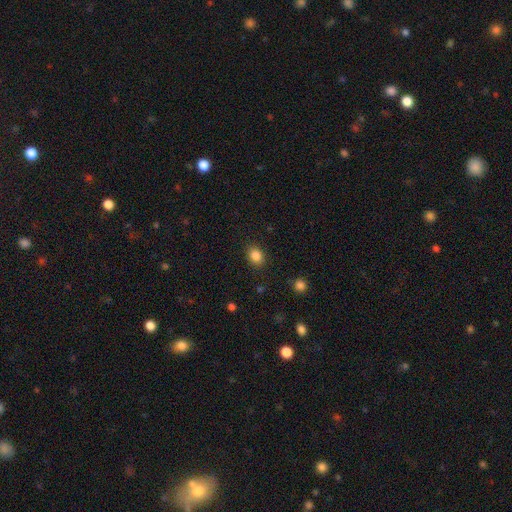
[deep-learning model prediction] Smooth or featured? smooth (85%)
How rounded? in between (60%)
Merging? none (87%)